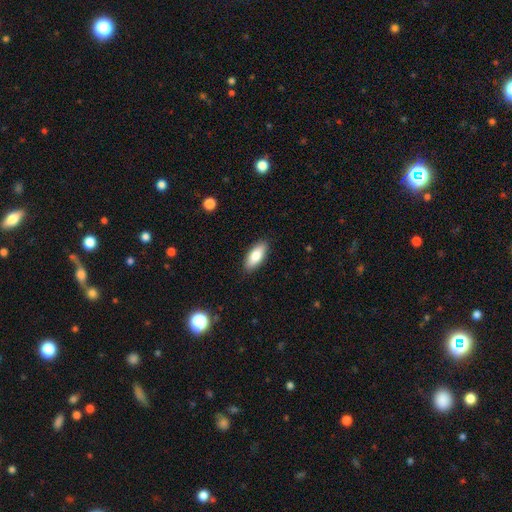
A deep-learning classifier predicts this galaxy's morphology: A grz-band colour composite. It shows a smooth galaxy with no disk features (80%) that is in between round and cigar-shaped (81%). Merging: none (89%).